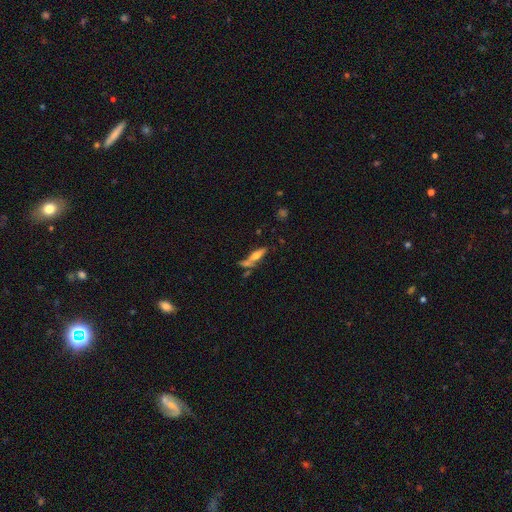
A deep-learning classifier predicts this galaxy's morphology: type=smooth (50%); roundness=cigar-shaped (67%); merging=none (50%).